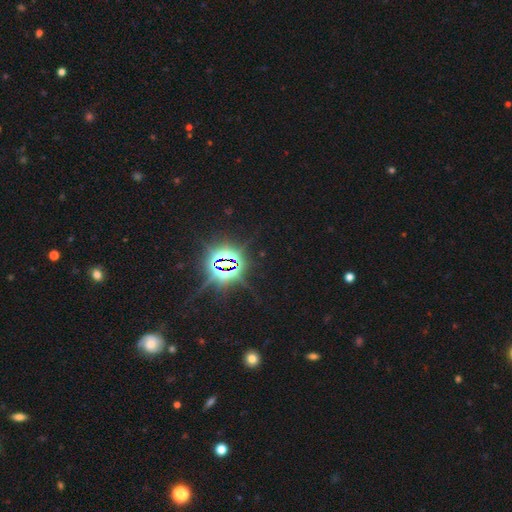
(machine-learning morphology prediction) This is clearly a star or artifact rather than a galaxy (85%).